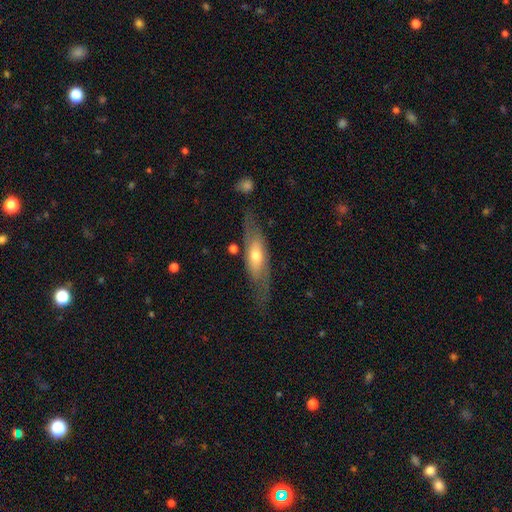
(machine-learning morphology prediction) Smooth or featured? Predicted: featured or disk (p=0.60). Edge-on disk? Predicted: no (p=0.52). Merging? Predicted: none (p=0.68).